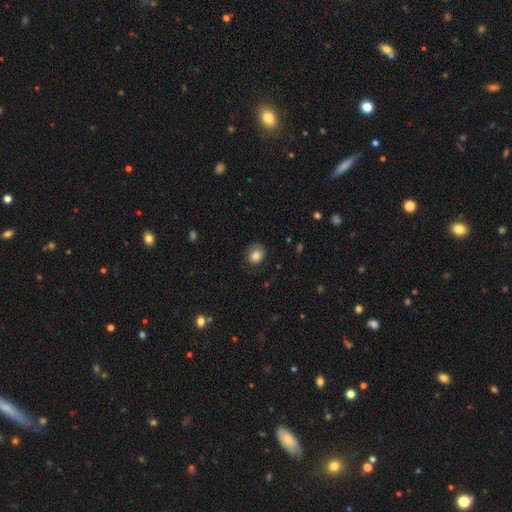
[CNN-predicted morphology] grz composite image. It shows a smooth galaxy with no disk features (82%) that is round (56%). Merging: none (69%).